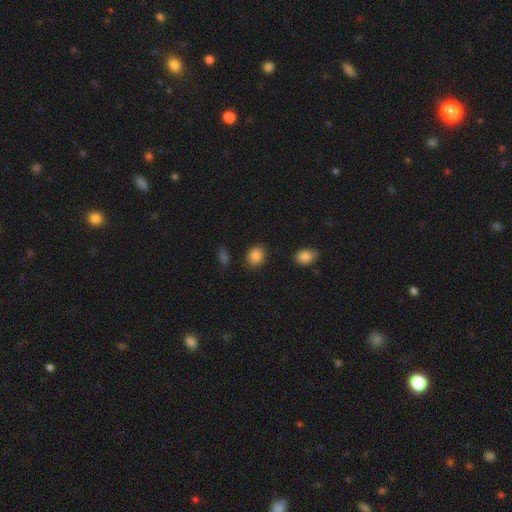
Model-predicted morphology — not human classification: smooth 86%, star or artifact 9%, featured or disk 5%. Down the decision tree: how rounded — round (54%); merging — none (86%).